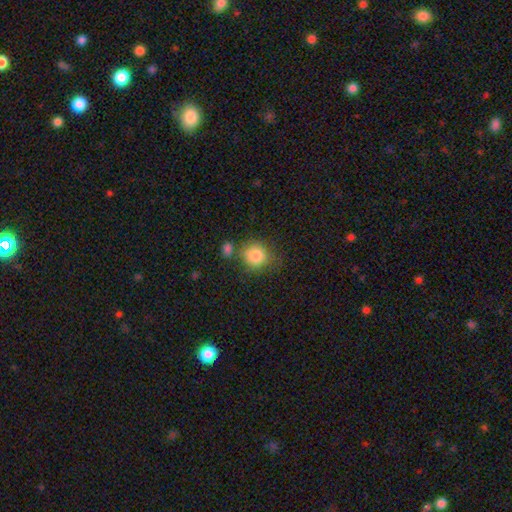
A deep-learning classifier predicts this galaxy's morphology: Smooth or featured? Predicted: smooth (p=0.84). How rounded? Predicted: round (p=0.85). Merging? Predicted: none (p=0.64).